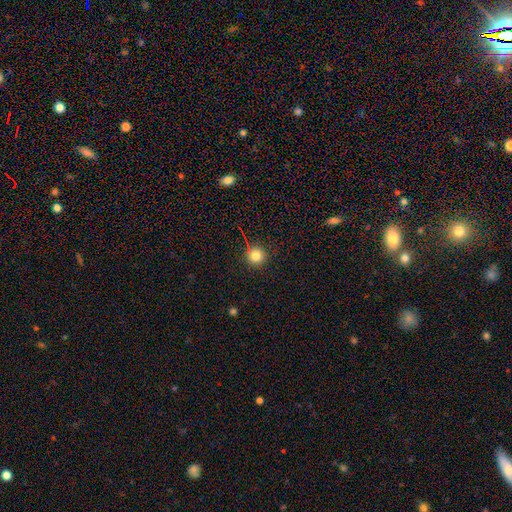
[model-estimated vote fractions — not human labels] smooth_or_featured: smooth (p=0.80) [alt: star or artifact p=0.14]
how_rounded: round (p=0.94) [alt: in between p=0.05]
merging: none (p=0.87) [alt: minor disturbance p=0.08]